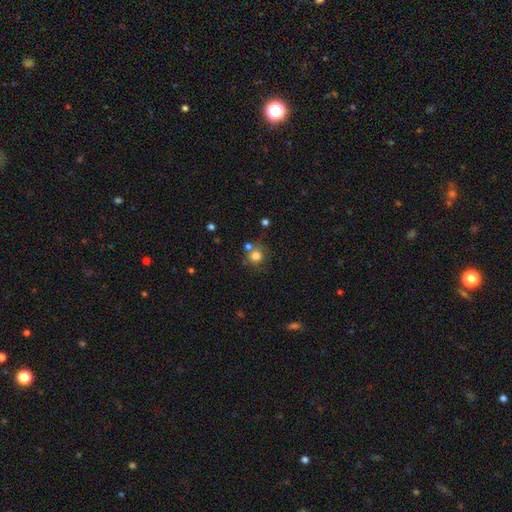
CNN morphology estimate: type=smooth (78%); roundness=round (90%); merging=none (68%).